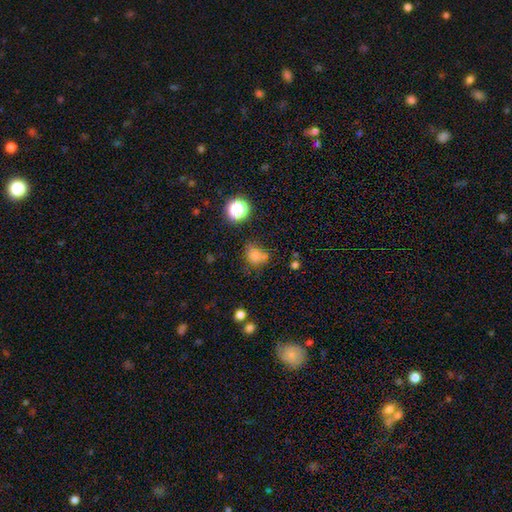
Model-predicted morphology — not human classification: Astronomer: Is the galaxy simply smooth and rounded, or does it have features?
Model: smooth — 74%.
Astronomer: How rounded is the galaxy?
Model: round — 60% (runner-up: in between, 39%).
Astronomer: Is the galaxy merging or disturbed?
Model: none — 53%.